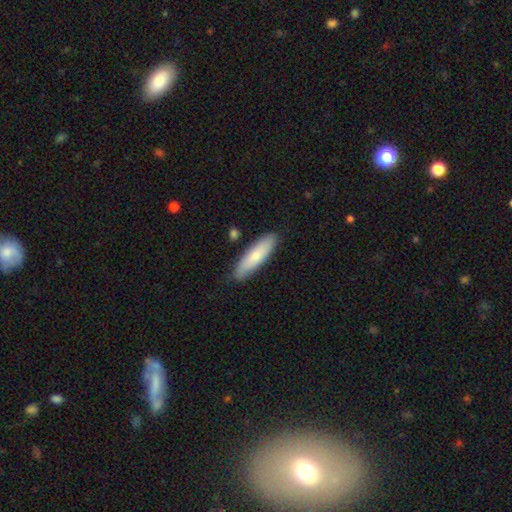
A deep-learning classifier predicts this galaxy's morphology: This appears to be a smooth galaxy with no disk features (75%) that is cigar-shaped (64%). Merging: none (85%).